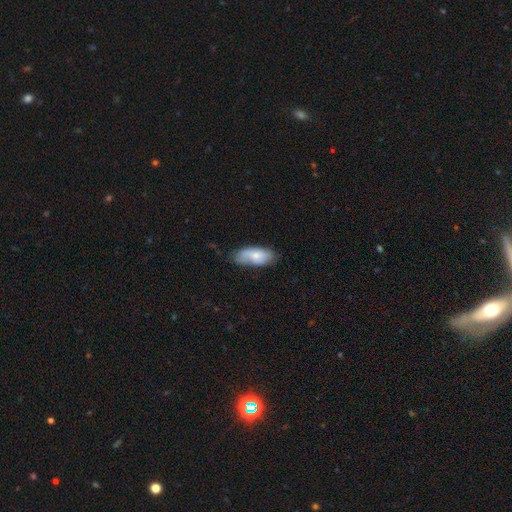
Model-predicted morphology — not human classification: A smooth galaxy with no disk features (73%) that is in between round and cigar-shaped (88%). Merging: none (61%).